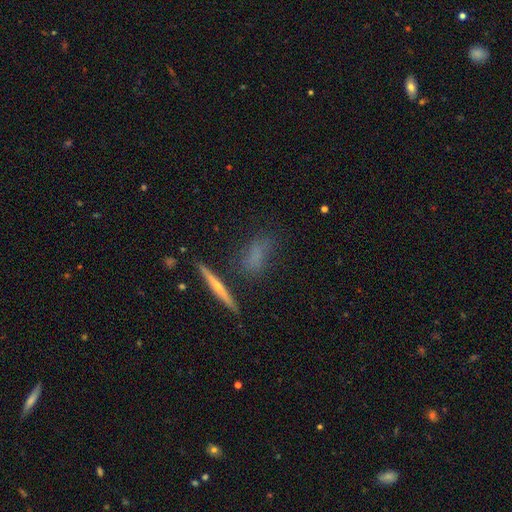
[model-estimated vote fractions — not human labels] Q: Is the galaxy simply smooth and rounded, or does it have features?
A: smooth — 54%.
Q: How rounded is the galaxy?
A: cigar-shaped — 47%.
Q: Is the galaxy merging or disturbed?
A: none — 68%.